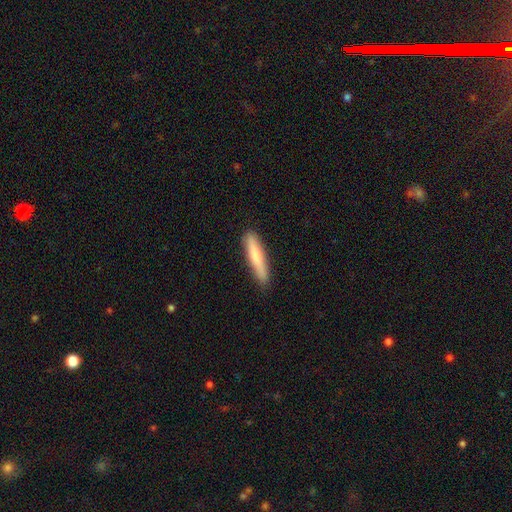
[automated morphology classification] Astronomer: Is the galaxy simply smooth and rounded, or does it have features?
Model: smooth — 76%.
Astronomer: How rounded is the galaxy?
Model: cigar-shaped — 90%.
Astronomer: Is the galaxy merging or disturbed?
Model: none — 86%.